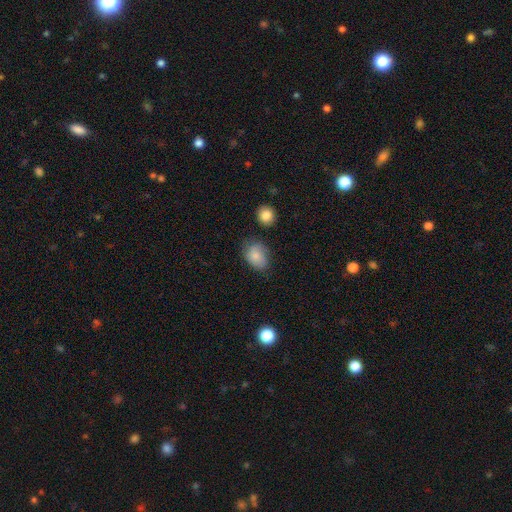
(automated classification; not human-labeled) The model was most divided on "merging": none: 62%, minor disturbance: 27%, major disturbance: 7%, merger: 4%. More confident: smooth or featured — smooth (81%); how rounded — in between (75%).